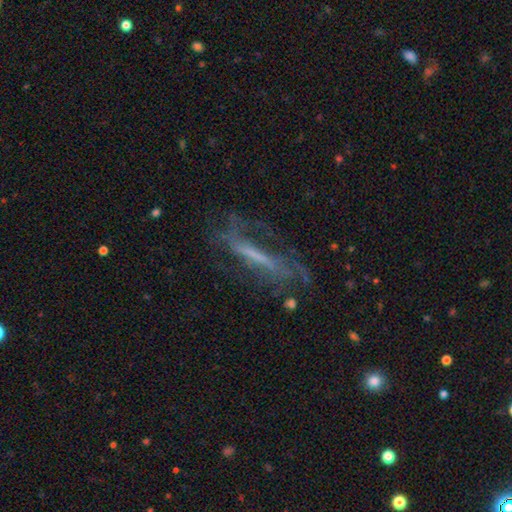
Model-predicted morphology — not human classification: The model was most divided on "edge-on disk": no: 55%, yes: 45%. More confident: smooth or featured — featured or disk (62%); merging — none (51%).